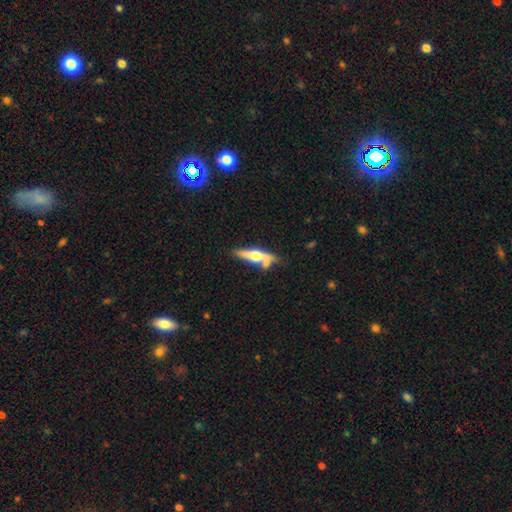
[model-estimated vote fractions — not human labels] Q: Smooth or featured?
A: featured or disk (61%); runner-up: smooth (34%)
Q: Edge-on disk?
A: yes (93%); runner-up: no (7%)
Q: Edge-on bulge?
A: rounded (94%); runner-up: boxy (3%)
Q: Merging?
A: none (65%); runner-up: merger (16%)